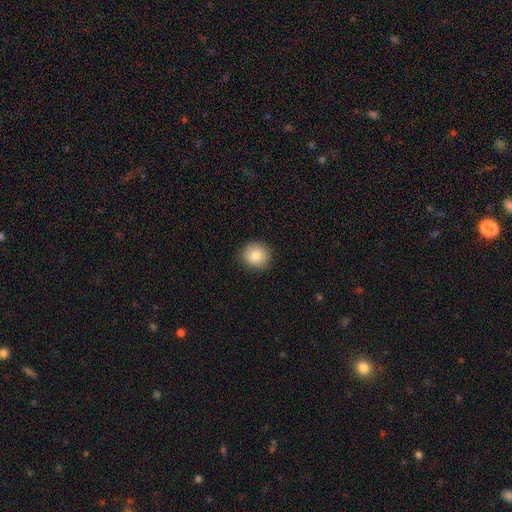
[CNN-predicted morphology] Overall: smooth (84%). How rounded: round (85%). Merging: none (88%).